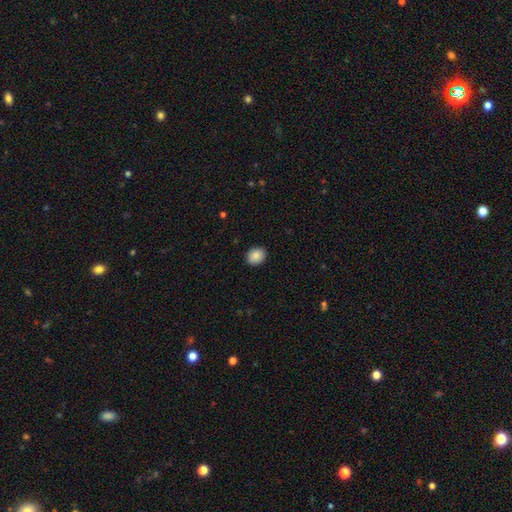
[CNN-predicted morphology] This is clearly a smooth galaxy (88%). How rounded: possibly round (51%). Merging: clearly none (90%).